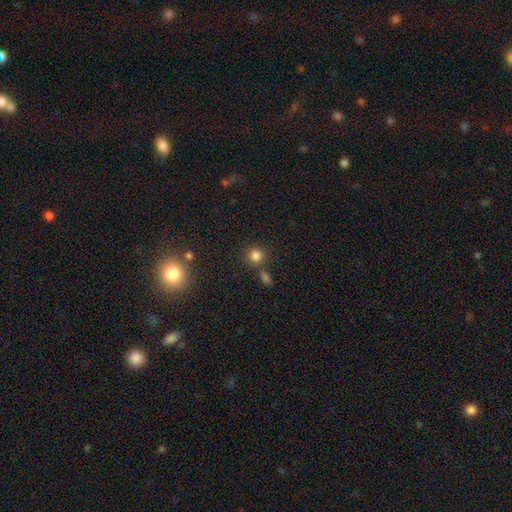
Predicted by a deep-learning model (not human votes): Smooth or featured: smooth — 80% (star or artifact — 14%)
How rounded: round — 90% (in between — 9%)
Merging: none — 74% (merger — 13%)